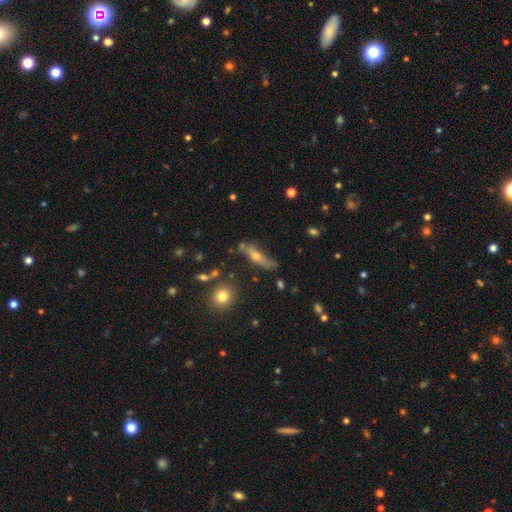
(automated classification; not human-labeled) Smooth or featured? featured or disk (51%)
Edge-on disk? yes (76%)
Merging? none (61%)